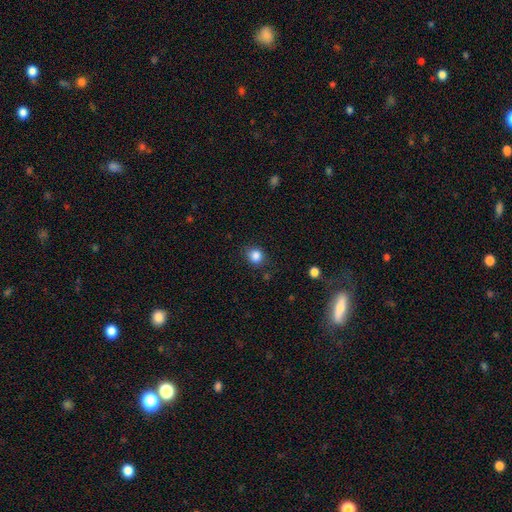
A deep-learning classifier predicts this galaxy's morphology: Smooth or featured? Predicted: smooth (p=0.85). How rounded? Predicted: round (p=0.80). Merging? Predicted: none (p=0.84).